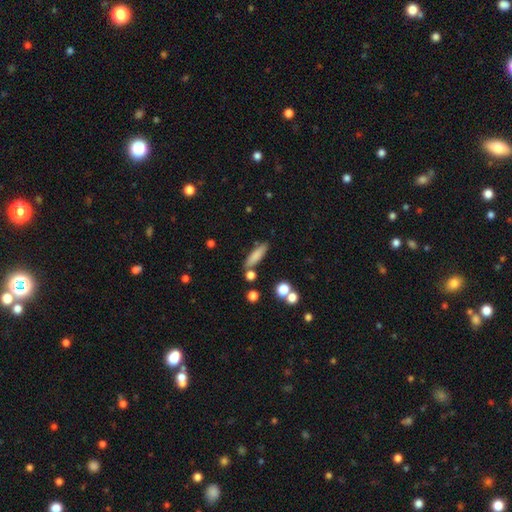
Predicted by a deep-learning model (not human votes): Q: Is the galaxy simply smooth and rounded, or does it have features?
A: smooth — 79%.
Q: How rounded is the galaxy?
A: cigar-shaped — 67%.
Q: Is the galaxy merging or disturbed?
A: none — 77%.